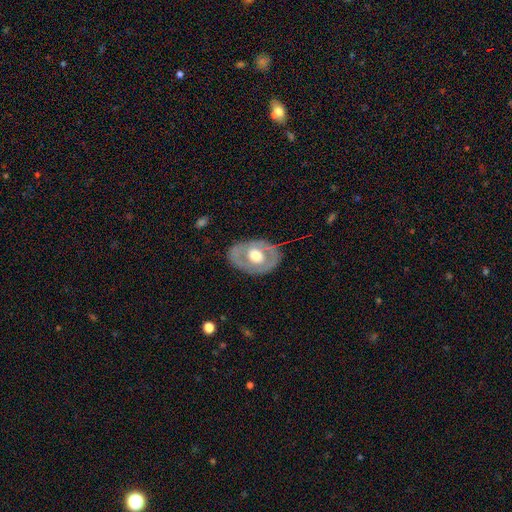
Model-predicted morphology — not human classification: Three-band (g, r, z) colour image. It shows a featured or disk galaxy (58%) with no bar (82%), no spiral arms (79%) and a moderate central bulge (56%). Merging: none (76%).